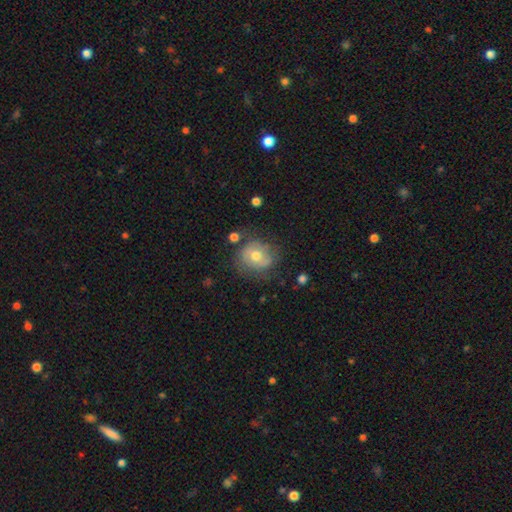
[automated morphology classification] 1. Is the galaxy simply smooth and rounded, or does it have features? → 49% smooth, 42% featured or disk, 9% star or artifact.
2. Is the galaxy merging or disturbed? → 60% none, 24% minor disturbance, 12% major disturbance, 4% merger.